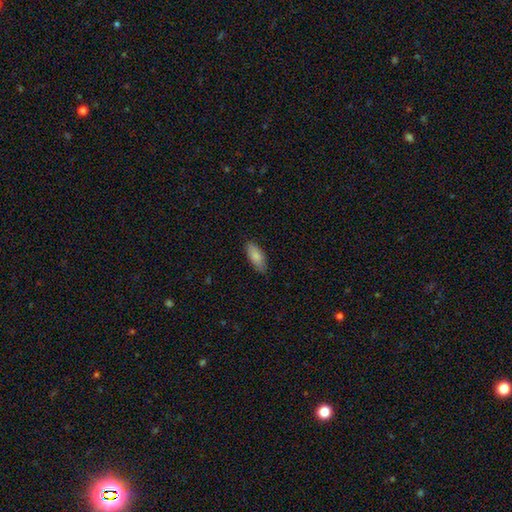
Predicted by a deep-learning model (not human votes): smooth 84%, featured or disk 10%, star or artifact 6%. Down the decision tree: how rounded — in between (80%); merging — none (84%).